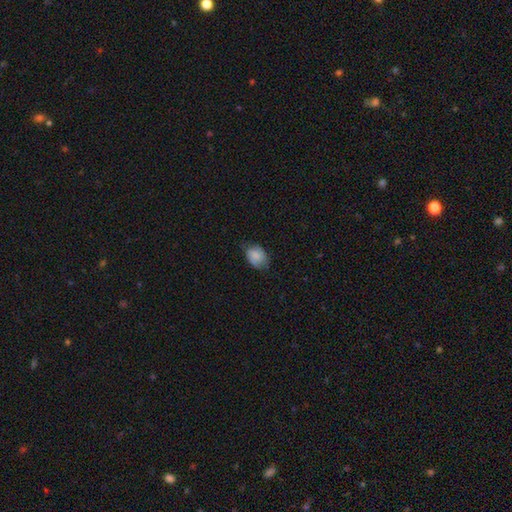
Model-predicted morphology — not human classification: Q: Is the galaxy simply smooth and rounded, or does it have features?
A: smooth — 79%.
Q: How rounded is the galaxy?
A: in between — 71%.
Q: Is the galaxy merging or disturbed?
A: none — 62%.